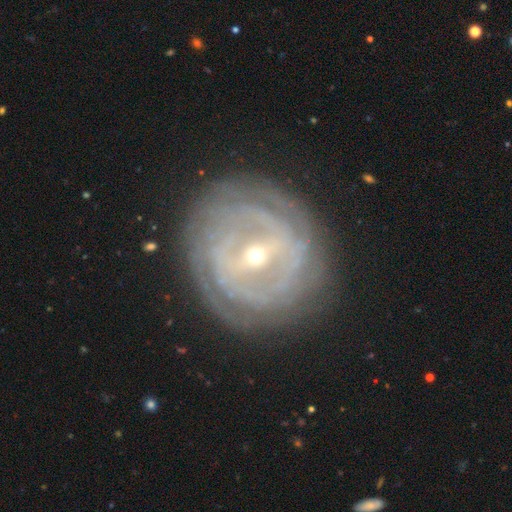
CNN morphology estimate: type=featured or disk (88%); edge-on=no (95%); bar=strong (49%); spiral arms=yes (90%); winding=tight (80%); arm count=can't tell (40%); bulge=small (71%); merging=none (82%).